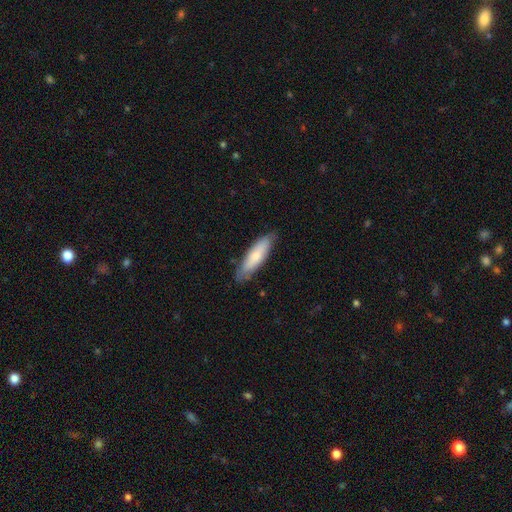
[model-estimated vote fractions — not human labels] Morphology: type=smooth (71%); roundness=cigar-shaped (59%); merging=none (78%).